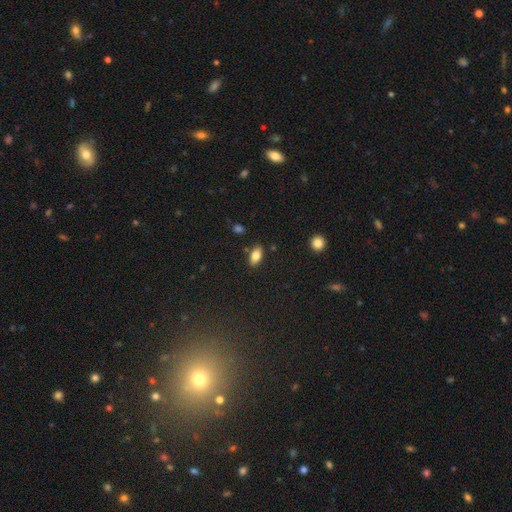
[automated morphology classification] A smooth galaxy with no disk features (79%) that is in between round and cigar-shaped (90%).

Vote fractions:
- Smooth or featured? smooth: 79% / featured or disk: 13% / star or artifact: 8%
- How rounded? in between: 90% / cigar-shaped: 6% / round: 4%
- Merging? none: 84% / minor disturbance: 10% / merger: 3% / major disturbance: 2%